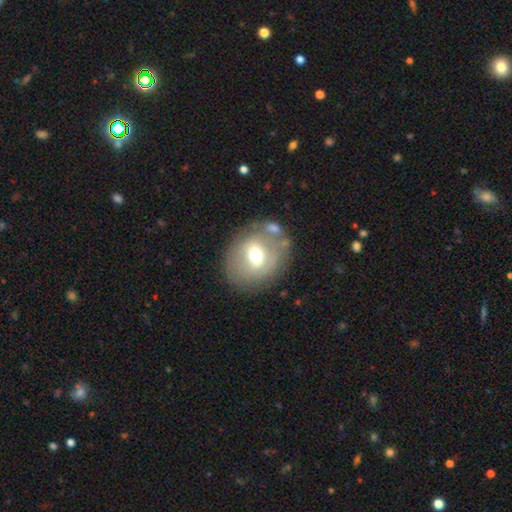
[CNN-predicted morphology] This is possibly a smooth galaxy (47%). Merging: likely none (68%).